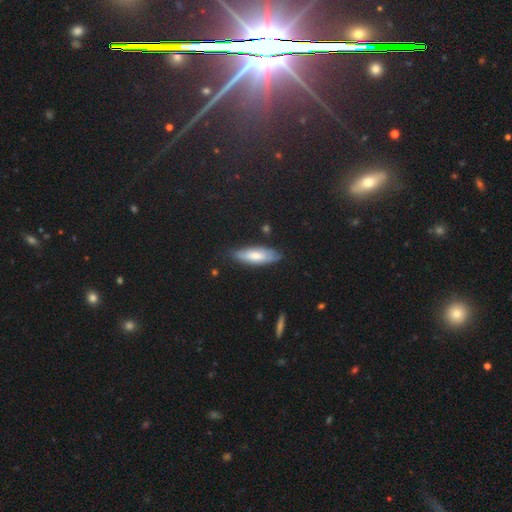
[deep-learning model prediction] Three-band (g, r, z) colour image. It shows a smooth galaxy with no disk features (63%) that is in between round and cigar-shaped (60%). Merging: none (79%).